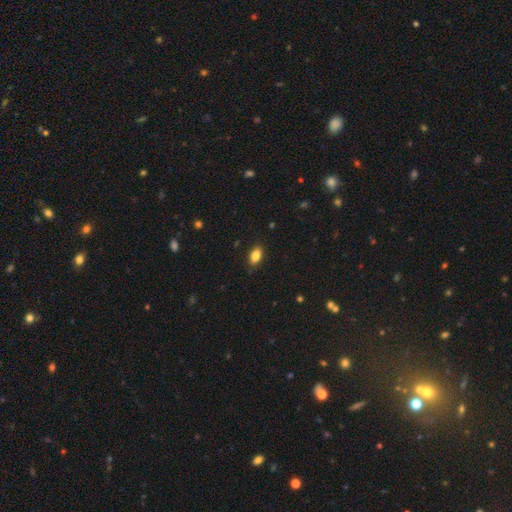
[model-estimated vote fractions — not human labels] A smooth galaxy with no disk features (85%) that is in between round and cigar-shaped (89%). Merging: none (86%).